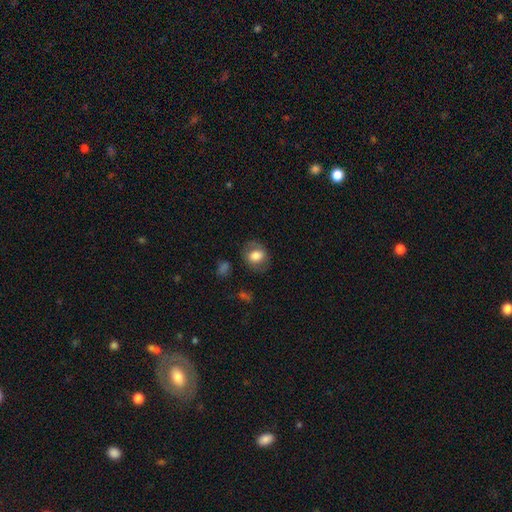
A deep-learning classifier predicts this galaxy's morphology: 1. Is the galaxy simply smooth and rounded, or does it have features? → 72% smooth, 20% featured or disk, 8% star or artifact.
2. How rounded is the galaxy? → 51% round, 48% in between, 1% cigar-shaped.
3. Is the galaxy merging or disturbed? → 75% none, 16% minor disturbance, 7% major disturbance, 2% merger.